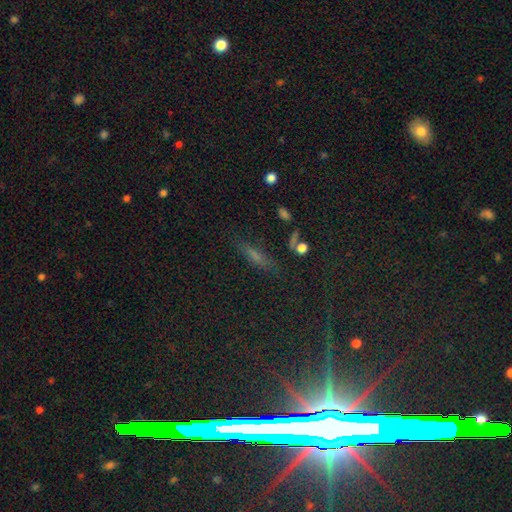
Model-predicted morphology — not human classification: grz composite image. It shows a smooth galaxy with no disk features (47%). Merging: none (77%).